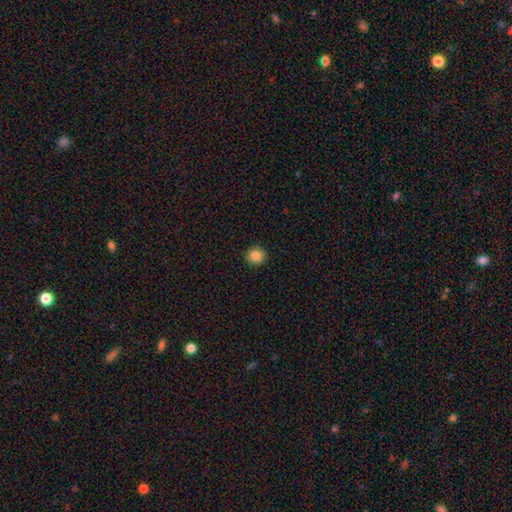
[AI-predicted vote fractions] The model was most divided on "smooth or featured": smooth: 85%, star or artifact: 10%, featured or disk: 5%. More confident: merging — none (92%); how rounded — round (91%).